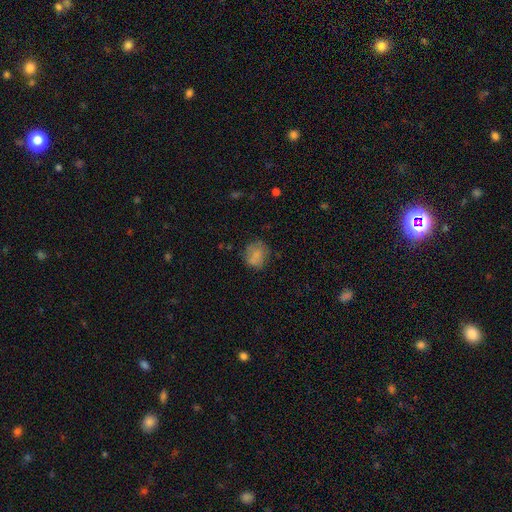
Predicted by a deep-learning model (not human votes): A smooth galaxy with no disk features (75%) that is round (68%). Merging: none (65%).